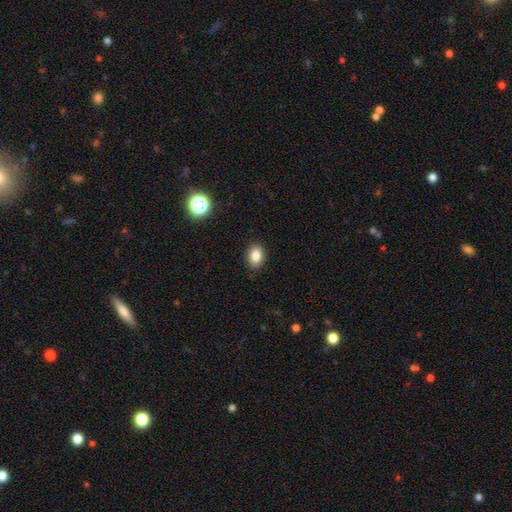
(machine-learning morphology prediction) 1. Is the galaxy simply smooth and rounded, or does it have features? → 85% smooth, 10% star or artifact, 5% featured or disk.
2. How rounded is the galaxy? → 72% in between, 27% round, 1% cigar-shaped.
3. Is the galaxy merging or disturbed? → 88% none, 9% minor disturbance, 2% major disturbance, 1% merger.